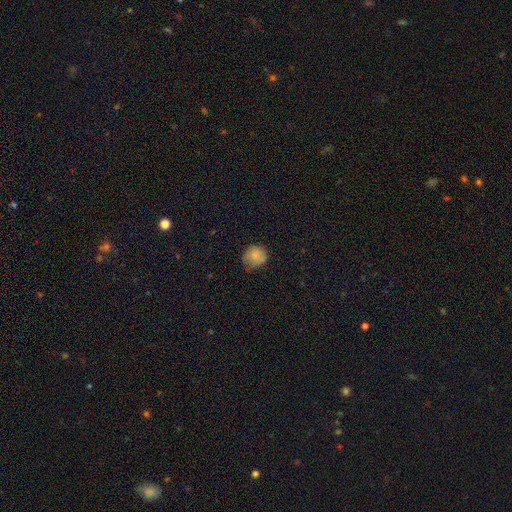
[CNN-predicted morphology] A smooth galaxy with no disk features (80%) that is round (78%). Merging: none (61%).